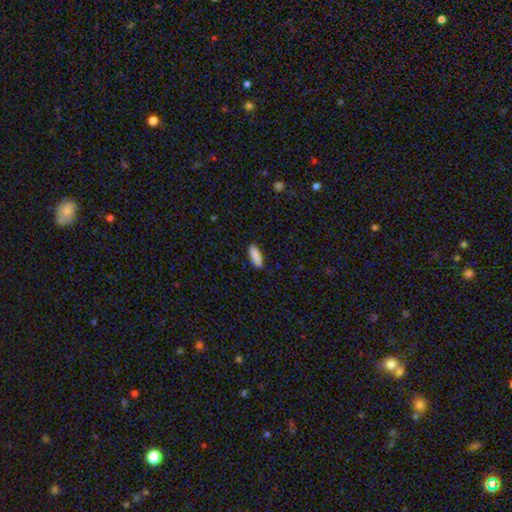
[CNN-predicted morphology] This appears to be a smooth galaxy with no disk features (90%) that is in between round and cigar-shaped (57%). Merging: none (88%).